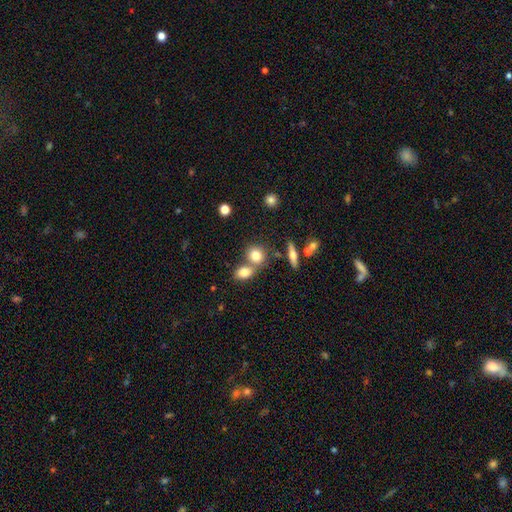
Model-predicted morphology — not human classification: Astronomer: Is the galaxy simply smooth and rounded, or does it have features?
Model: smooth — 77%.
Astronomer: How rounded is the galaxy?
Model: round — 70%.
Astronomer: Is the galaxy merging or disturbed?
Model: none — 49% (runner-up: merger, 39%).